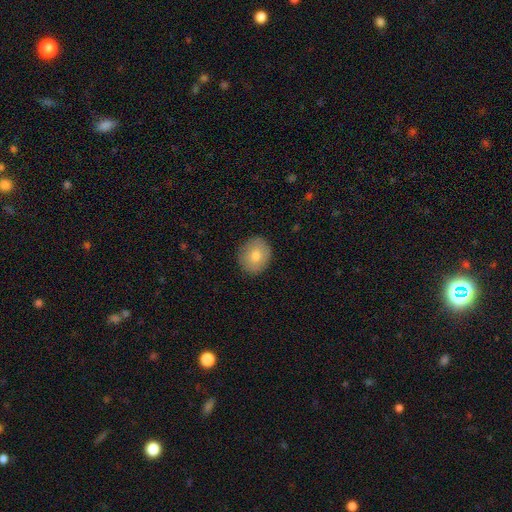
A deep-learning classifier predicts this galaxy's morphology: This appears to be a smooth galaxy with no disk features (76%) that is round (75%). Merging: none (89%).